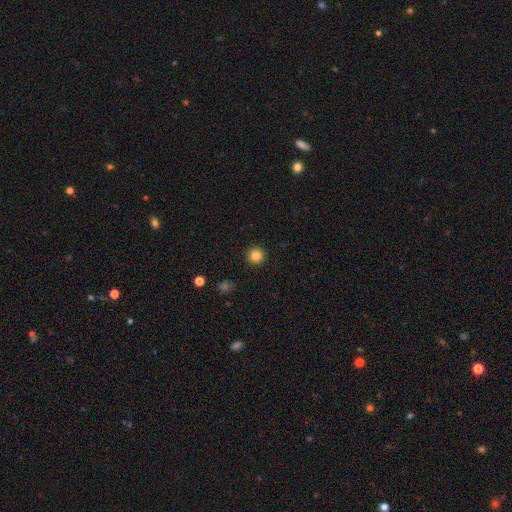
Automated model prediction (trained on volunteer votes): Smooth or featured: smooth — 84% (star or artifact — 11%)
How rounded: round — 96% (in between — 3%)
Merging: none — 93% (minor disturbance — 5%)